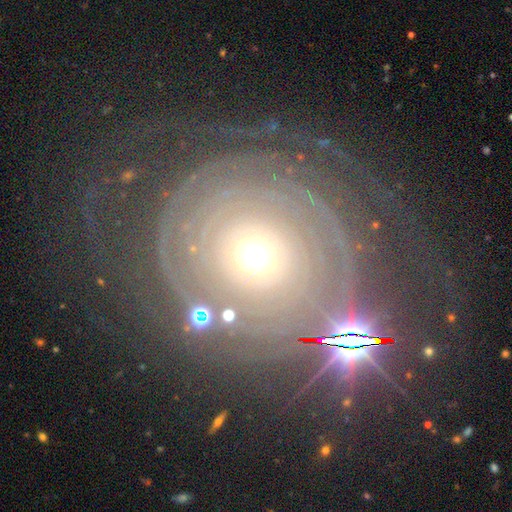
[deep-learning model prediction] Overall: featured or disk (79%). Edge-on disk: no (96%). Bar: no (86%). Spiral arms: yes (89%). Spiral arm count: can't tell (33%; 2 18%). Spiral winding: tight (79%). Bulge size: moderate (47%; small 43%). Merging: none (69%).